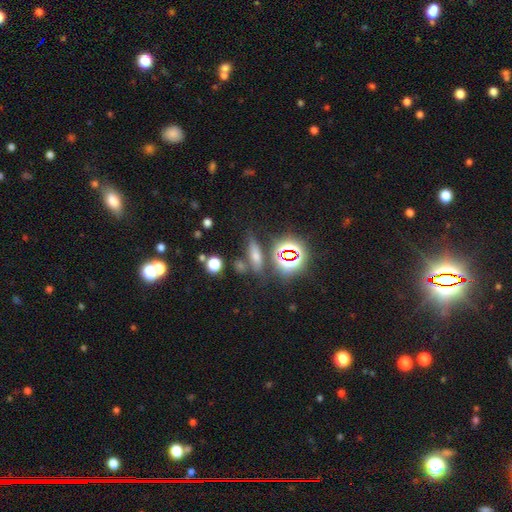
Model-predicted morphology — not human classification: This is possibly a smooth galaxy (45%). Merging: likely none (71%).